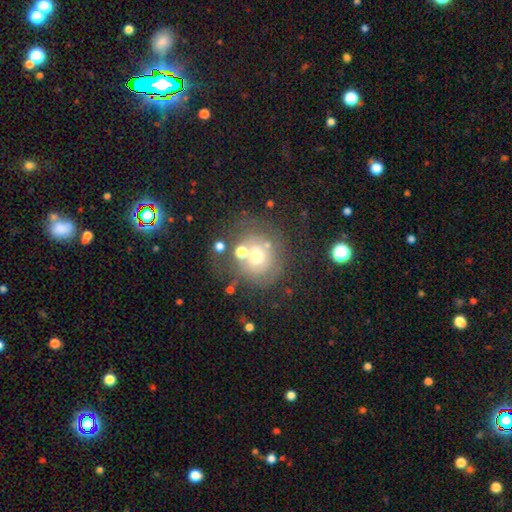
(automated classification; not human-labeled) Smooth or featured?
  - smooth: 48% *
  - featured or disk: 36%
  - star or artifact: 15%
Merging?
  - none: 57% *
  - minor disturbance: 16%
  - major disturbance: 14%
  - merger: 13%